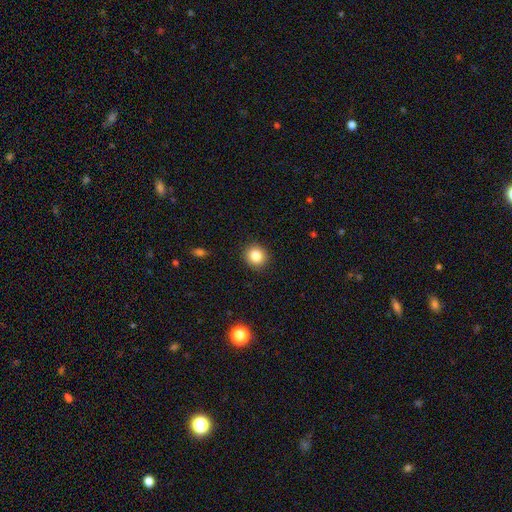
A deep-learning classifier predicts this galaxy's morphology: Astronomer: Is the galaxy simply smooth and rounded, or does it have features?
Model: smooth — 84%.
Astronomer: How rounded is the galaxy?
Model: round — 86%.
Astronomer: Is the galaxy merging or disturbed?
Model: none — 91%.